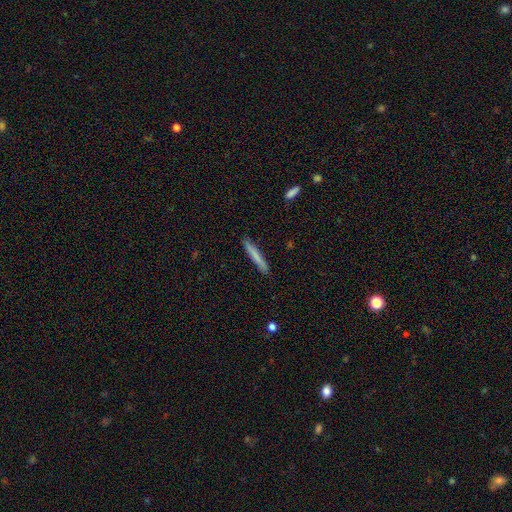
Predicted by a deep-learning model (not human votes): Smooth or featured? Predicted: smooth (p=0.76). How rounded? Predicted: cigar-shaped (p=0.96). Merging? Predicted: none (p=0.90).